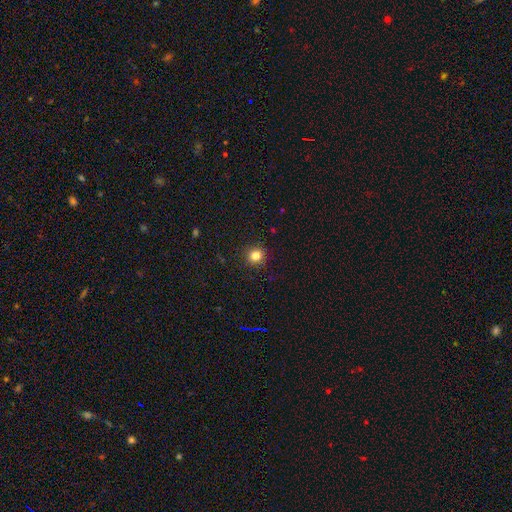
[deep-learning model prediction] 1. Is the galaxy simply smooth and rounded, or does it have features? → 82% smooth, 13% star or artifact, 5% featured or disk.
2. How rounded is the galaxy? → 92% round, 7% in between, 1% cigar-shaped.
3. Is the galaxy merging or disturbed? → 92% none, 6% minor disturbance, 2% major disturbance, 1% merger.